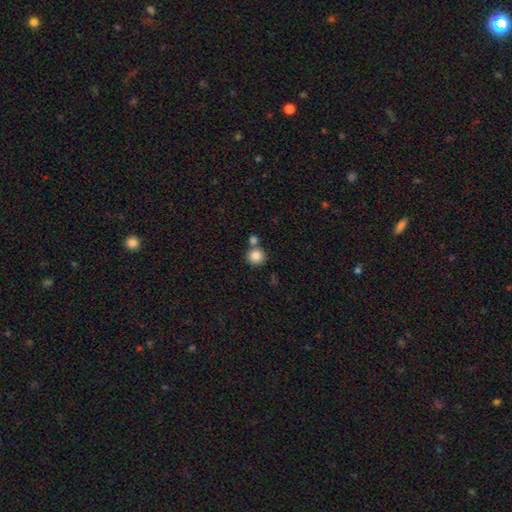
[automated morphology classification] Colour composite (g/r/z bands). It shows a smooth galaxy with no disk features (85%) that is round (91%). Merging: none (66%).